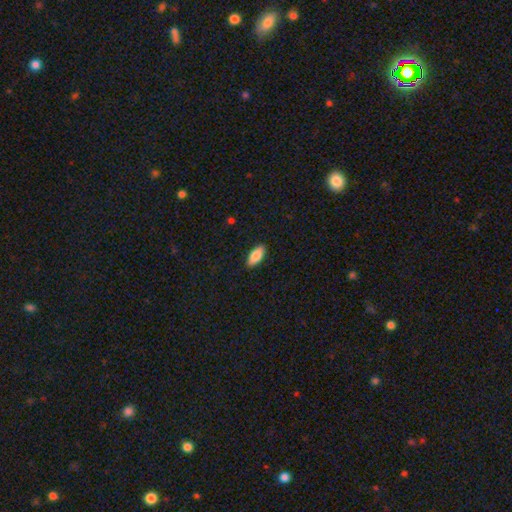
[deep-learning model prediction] Smooth or featured?
  - smooth: 86% *
  - featured or disk: 8%
  - star or artifact: 6%
How rounded?
  - in between: 85% *
  - cigar-shaped: 13%
  - round: 2%
Merging?
  - none: 89% *
  - minor disturbance: 8%
  - major disturbance: 2%
  - merger: 1%